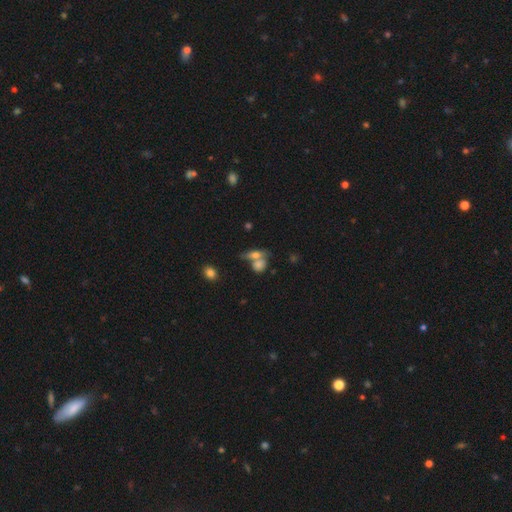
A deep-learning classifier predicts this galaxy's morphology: This appears to be a smooth galaxy with no disk features (60%) that is in between round and cigar-shaped (58%). Merging: none (42%).